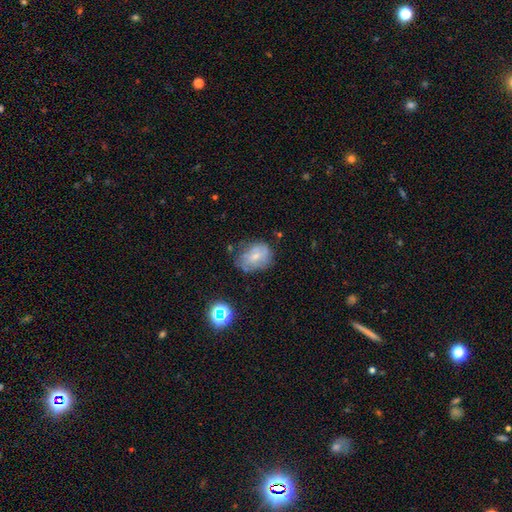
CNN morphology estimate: A smooth galaxy with no disk features (53%) that is in between round and cigar-shaped (62%).

Vote fractions:
- Smooth or featured? smooth: 53% / featured or disk: 35% / star or artifact: 13%
- How rounded? in between: 62% / round: 37% / cigar-shaped: 1%
- Merging? none: 52% / minor disturbance: 30% / major disturbance: 15% / merger: 4%